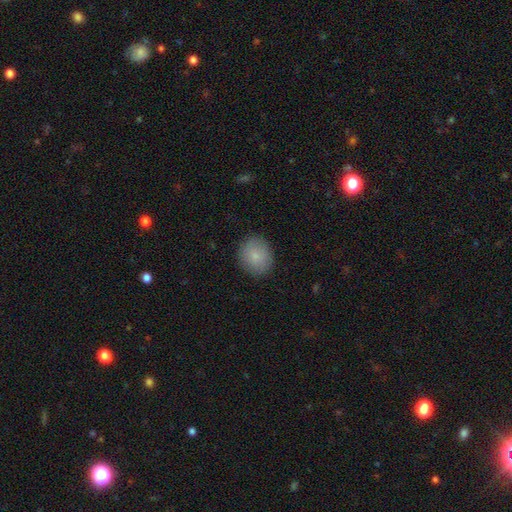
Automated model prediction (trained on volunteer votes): Smooth or featured? smooth (85%)
How rounded? round (79%)
Merging? none (89%)